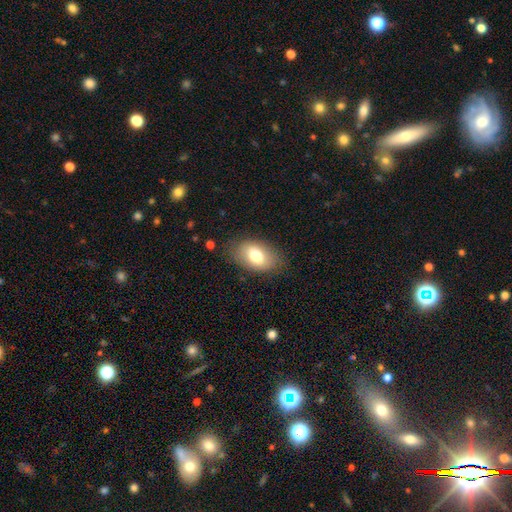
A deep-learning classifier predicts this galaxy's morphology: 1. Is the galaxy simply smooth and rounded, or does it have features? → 74% smooth, 18% featured or disk, 8% star or artifact.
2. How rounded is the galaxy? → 90% in between, 9% round, 1% cigar-shaped.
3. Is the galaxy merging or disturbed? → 80% none, 14% minor disturbance, 4% major disturbance, 1% merger.